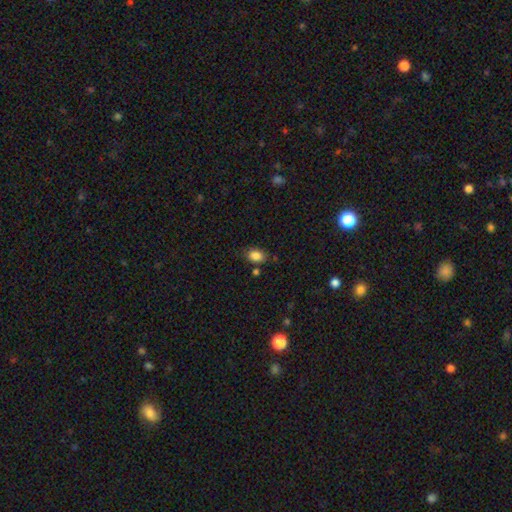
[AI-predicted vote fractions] Q: Smooth or featured?
A: smooth (86%); runner-up: star or artifact (9%)
Q: How rounded?
A: in between (81%); runner-up: round (17%)
Q: Merging?
A: none (78%); runner-up: minor disturbance (14%)